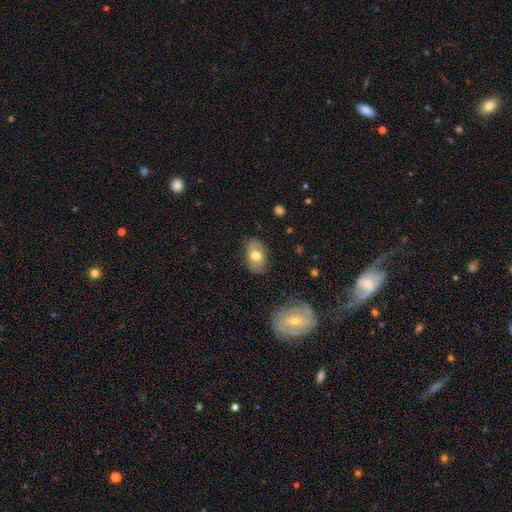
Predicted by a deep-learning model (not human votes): This is likely a smooth galaxy (63%). How rounded: clearly in between (87%). Merging: clearly none (80%).